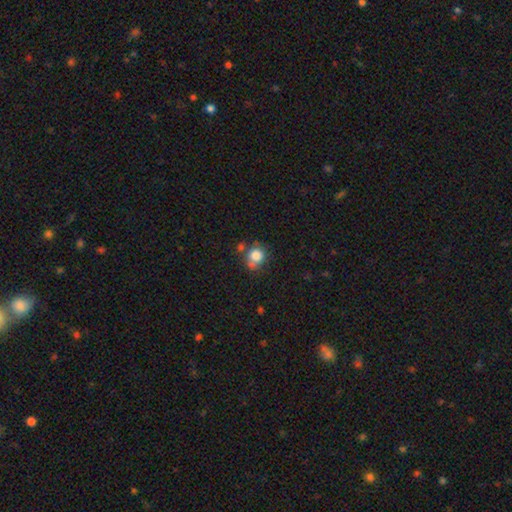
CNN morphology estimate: This appears to be a smooth galaxy with no disk features (81%) that is round (79%). Merging: none (55%).